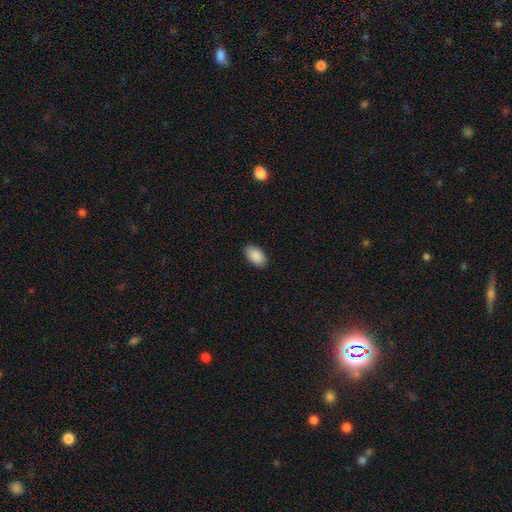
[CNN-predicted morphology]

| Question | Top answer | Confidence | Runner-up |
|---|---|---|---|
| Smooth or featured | smooth | 90% | star or artifact (6%) |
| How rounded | in between | 95% | round (4%) |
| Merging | none | 89% | minor disturbance (8%) |